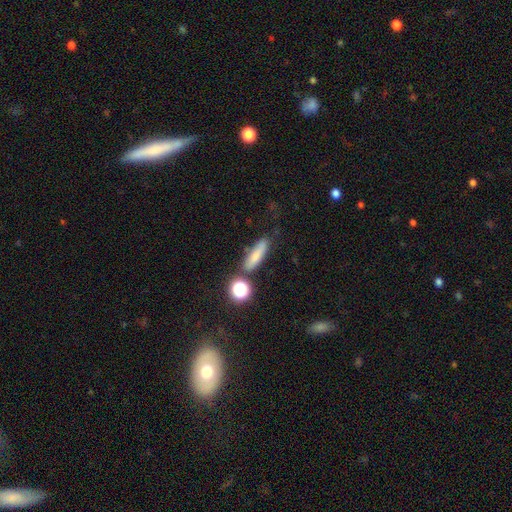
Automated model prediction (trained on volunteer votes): This appears to be a smooth galaxy with no disk features (74%) that is cigar-shaped (61%). Merging: none (71%).